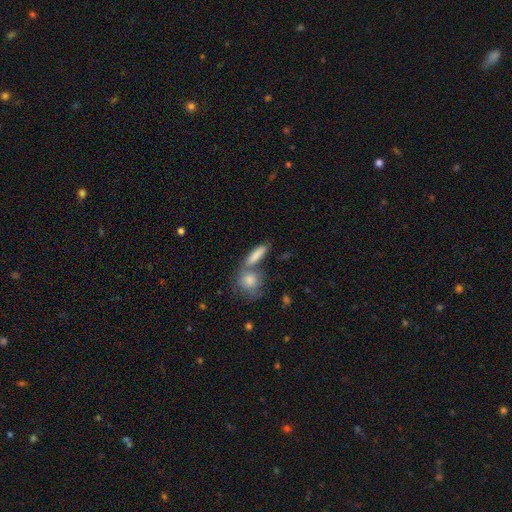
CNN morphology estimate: Smooth or featured? smooth (77%)
How rounded? cigar-shaped (50%)
Merging? none (52%)